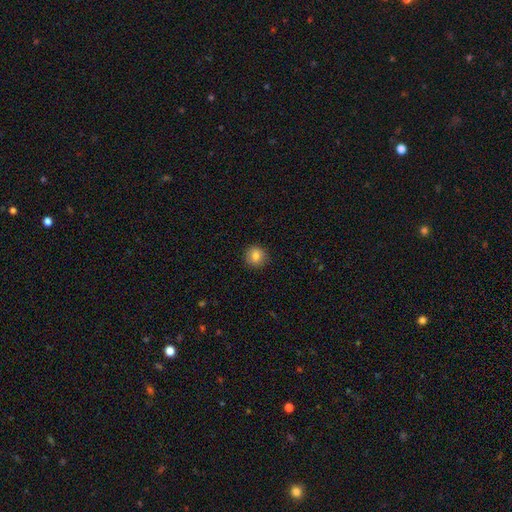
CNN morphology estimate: Smooth or featured?
  - smooth: 84% *
  - star or artifact: 10%
  - featured or disk: 7%
How rounded?
  - round: 90% *
  - in between: 9%
  - cigar-shaped: 1%
Merging?
  - none: 90% *
  - minor disturbance: 7%
  - major disturbance: 2%
  - merger: 1%